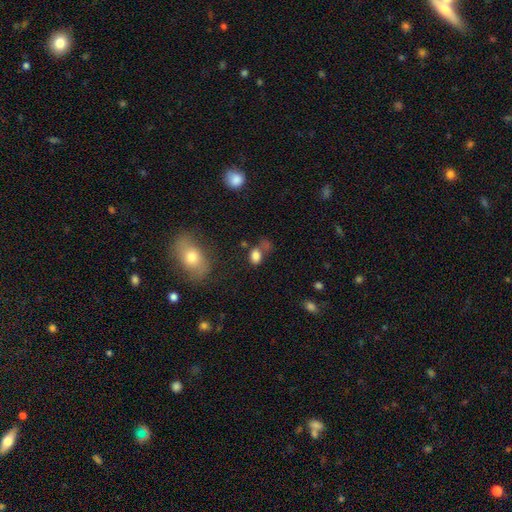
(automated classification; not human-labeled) Overall: smooth (80%). How rounded: in between (73%). Merging: none (48%; minor disturbance 20%).